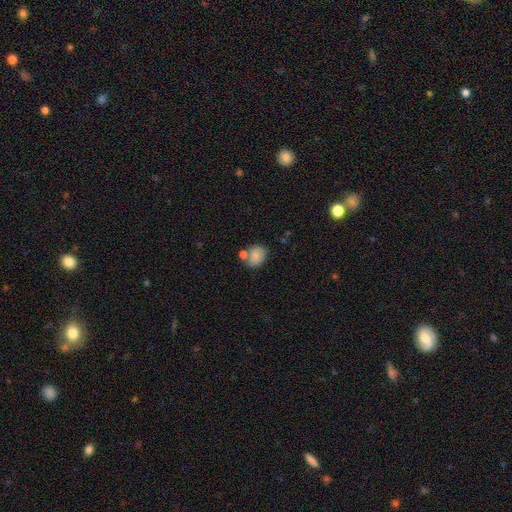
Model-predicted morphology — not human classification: Smooth or featured? smooth (82%)
How rounded? round (52%)
Merging? none (59%)